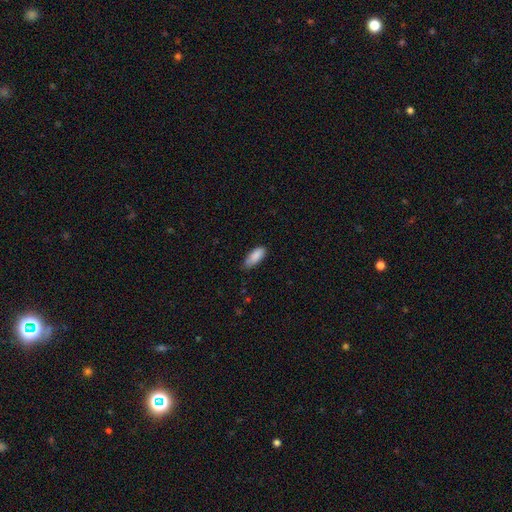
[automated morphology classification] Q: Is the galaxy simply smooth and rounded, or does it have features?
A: smooth — 88%.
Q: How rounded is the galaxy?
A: in between — 81%.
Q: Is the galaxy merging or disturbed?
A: none — 65%.